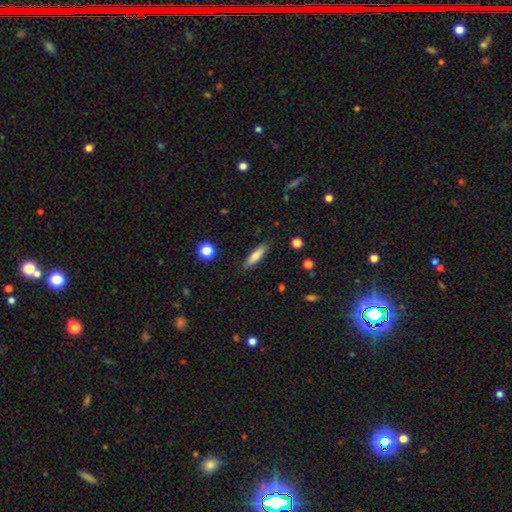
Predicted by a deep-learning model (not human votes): Overall: smooth (77%). How rounded: cigar-shaped (71%). Merging: none (87%).